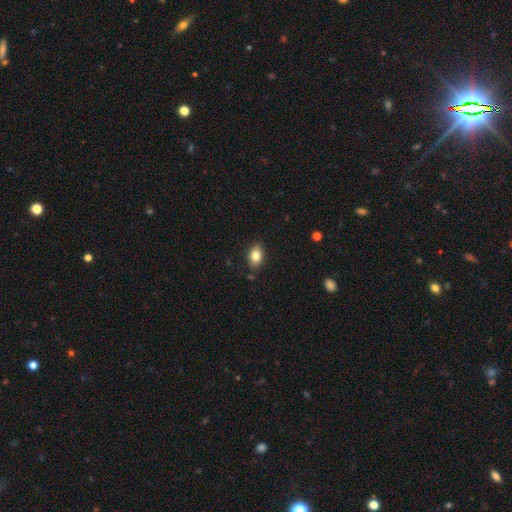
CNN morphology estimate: A smooth galaxy with no disk features (82%) that is in between round and cigar-shaped (82%).

Vote fractions:
- Smooth or featured? smooth: 82% / featured or disk: 10% / star or artifact: 9%
- How rounded? in between: 82% / round: 16% / cigar-shaped: 2%
- Merging? none: 85% / minor disturbance: 11% / major disturbance: 2% / merger: 2%